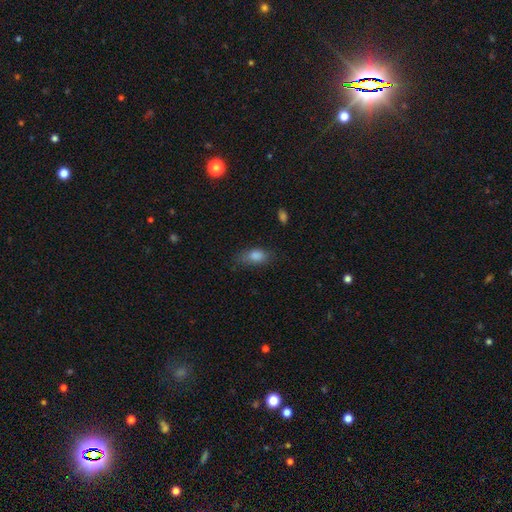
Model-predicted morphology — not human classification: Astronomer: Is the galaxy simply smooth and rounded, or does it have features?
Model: smooth — 80%.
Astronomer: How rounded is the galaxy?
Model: in between — 82%.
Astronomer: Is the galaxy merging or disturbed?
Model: none — 67%.